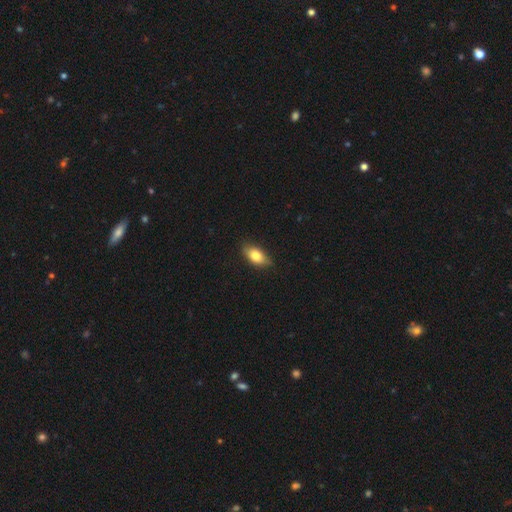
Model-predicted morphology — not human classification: type=smooth (77%); roundness=in between (86%); merging=none (83%).